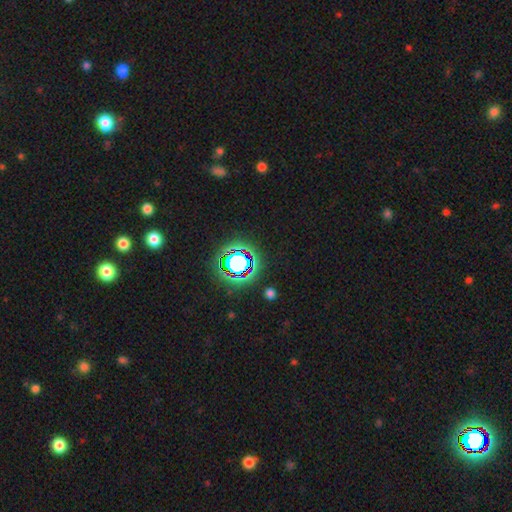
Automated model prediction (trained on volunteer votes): Smooth or featured? Predicted: star or artifact (p=0.82).